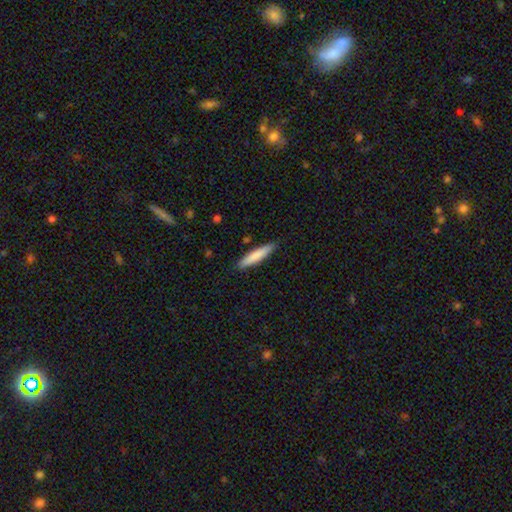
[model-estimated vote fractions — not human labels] smooth 80%, featured or disk 14%, star or artifact 5%. Down the decision tree: how rounded — cigar-shaped (87%); merging — none (88%).